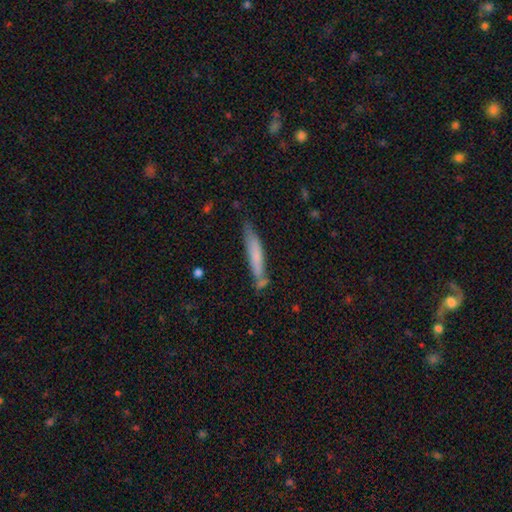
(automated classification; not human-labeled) A smooth galaxy with no disk features (69%) that is cigar-shaped (90%). Merging: none (65%).